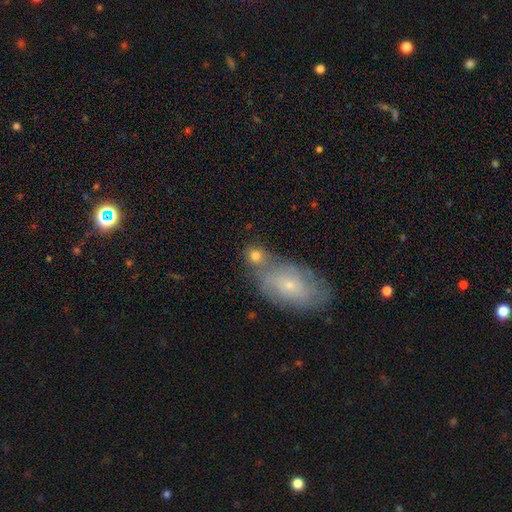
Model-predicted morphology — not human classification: Smooth or featured? Predicted: smooth (p=0.75). How rounded? Predicted: round (p=0.68). Merging? Predicted: none (p=0.49).